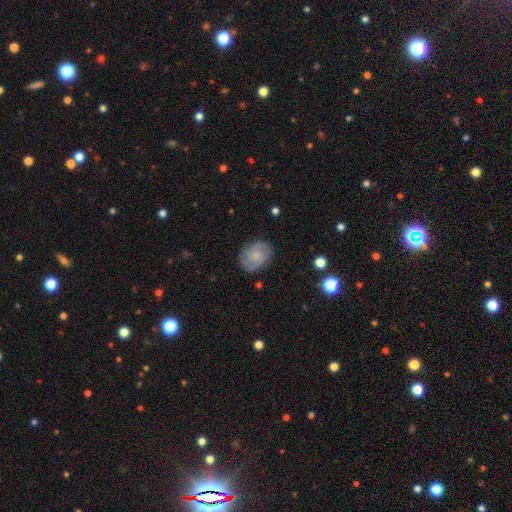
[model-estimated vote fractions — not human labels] This is possibly a featured or disk galaxy (50%). It is clearly not viewed edge-on (97%). Merging: clearly none (80%).